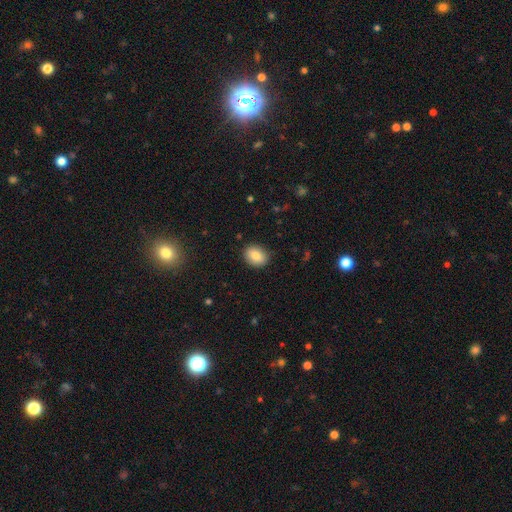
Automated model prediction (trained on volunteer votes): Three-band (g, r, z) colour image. It shows a smooth galaxy with no disk features (83%) that is in between round and cigar-shaped (53%). Merging: none (88%).